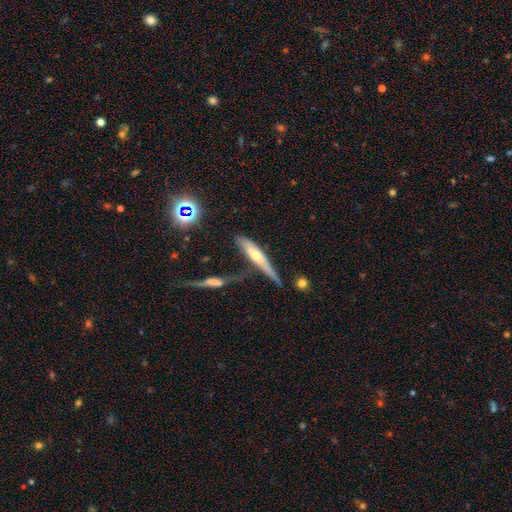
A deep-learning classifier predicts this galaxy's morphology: Smooth or featured? featured or disk (52%)
Edge-on disk? yes (80%)
Merging? none (39%)